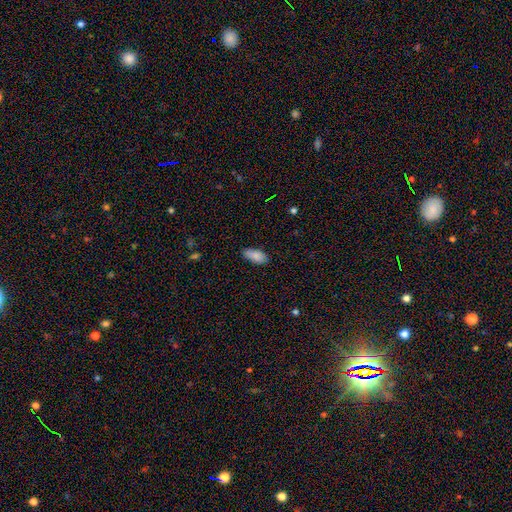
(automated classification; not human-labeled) smooth 87%, star or artifact 7%, featured or disk 6%. Down the decision tree: how rounded — in between (88%); merging — none (79%).